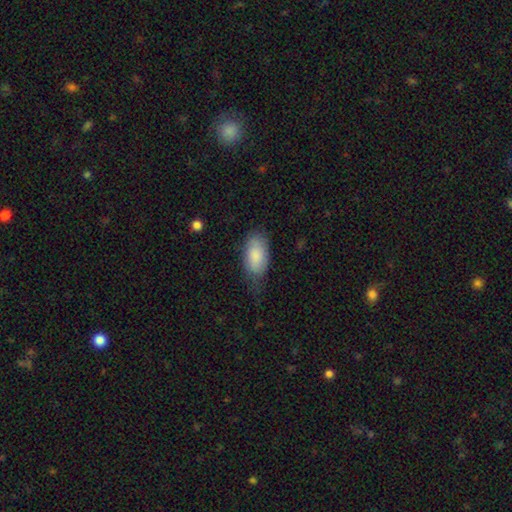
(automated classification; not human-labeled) smooth 83%, featured or disk 11%, star or artifact 6%. Down the decision tree: how rounded — in between (93%); merging — none (54%).